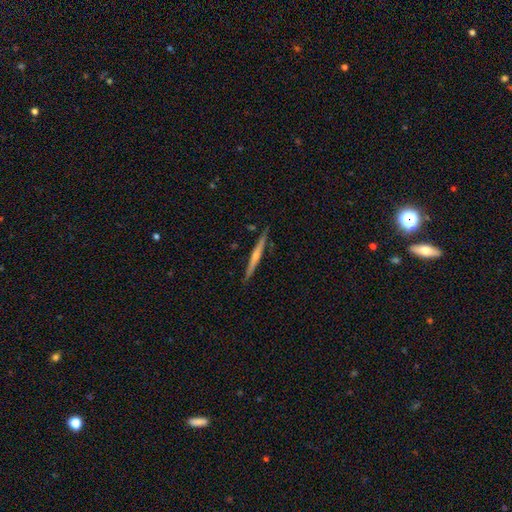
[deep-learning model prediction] This is likely a featured or disk galaxy (70%). It is clearly viewed edge-on (97%). Edge-on bulge: likely rounded (67%). Merging: clearly none (90%).